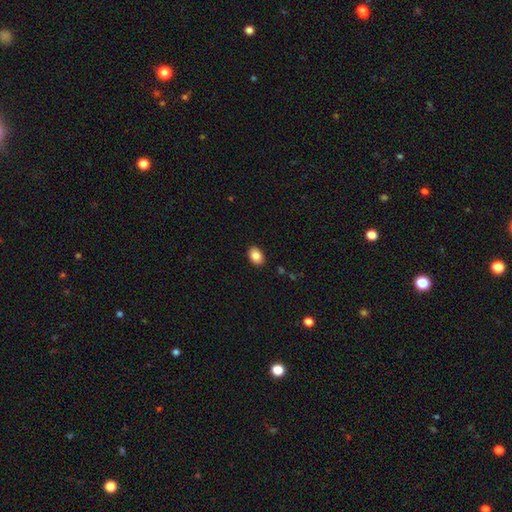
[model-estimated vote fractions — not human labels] Smooth or featured?
  - smooth: 86% *
  - star or artifact: 8%
  - featured or disk: 6%
How rounded?
  - in between: 81% *
  - round: 18%
  - cigar-shaped: 1%
Merging?
  - none: 89% *
  - minor disturbance: 8%
  - major disturbance: 2%
  - merger: 1%